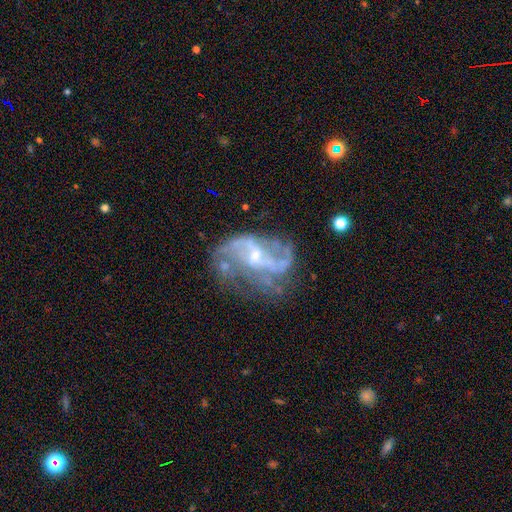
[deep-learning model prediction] featured or disk 86%, star or artifact 8%, smooth 6%. Down the decision tree: edge-on disk — no (97%); bar — weak (46%); spiral arms — yes (89%); spiral arm count — 2 (54%); spiral winding — loose (57%); bulge size — small (70%); merging — none (47%).